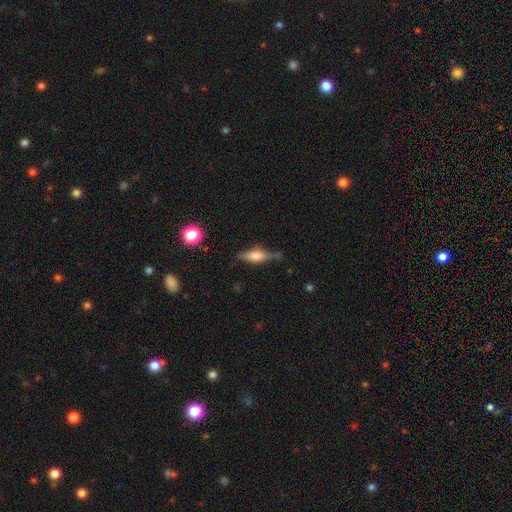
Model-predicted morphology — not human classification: A featured or disk galaxy (47%). Merging: none (69%).